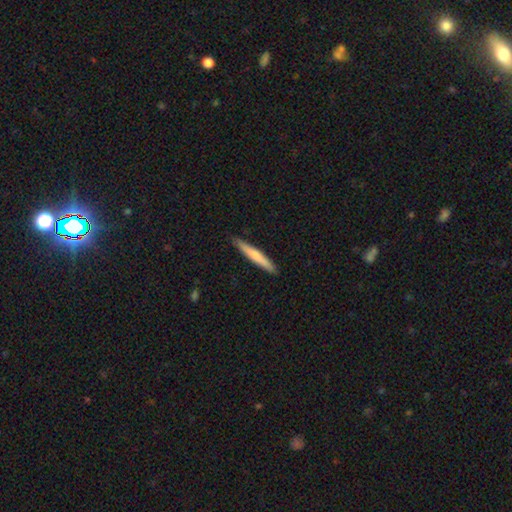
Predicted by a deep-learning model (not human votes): Overall: smooth (66%; featured or disk 29%). How rounded: cigar-shaped (95%). Merging: none (89%).